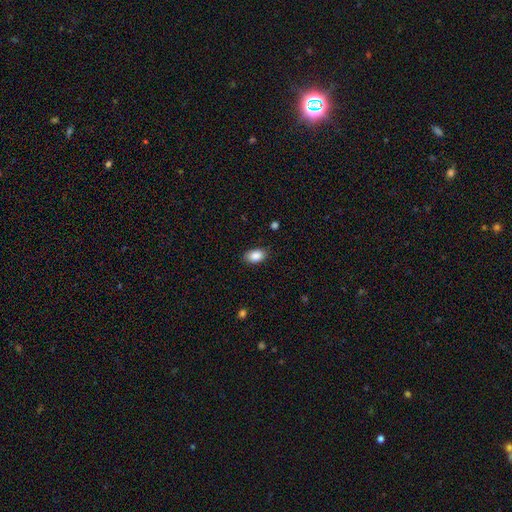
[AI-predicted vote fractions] Overall: smooth (88%). How rounded: in between (89%). Merging: none (85%).